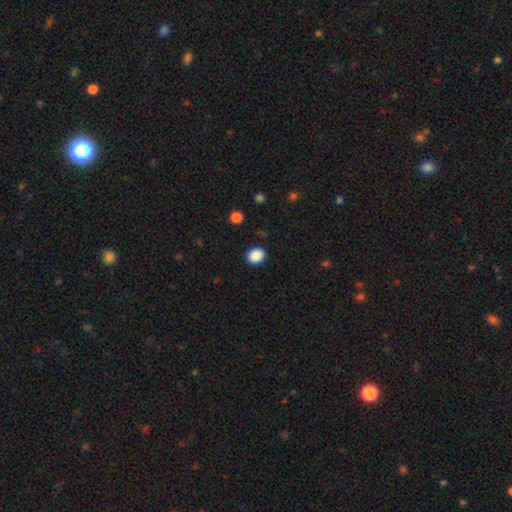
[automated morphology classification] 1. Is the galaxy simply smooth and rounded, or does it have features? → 88% smooth, 9% star or artifact, 2% featured or disk.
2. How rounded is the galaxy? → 69% round, 31% in between, 1% cigar-shaped.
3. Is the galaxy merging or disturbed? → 90% none, 7% minor disturbance, 2% major disturbance, 1% merger.